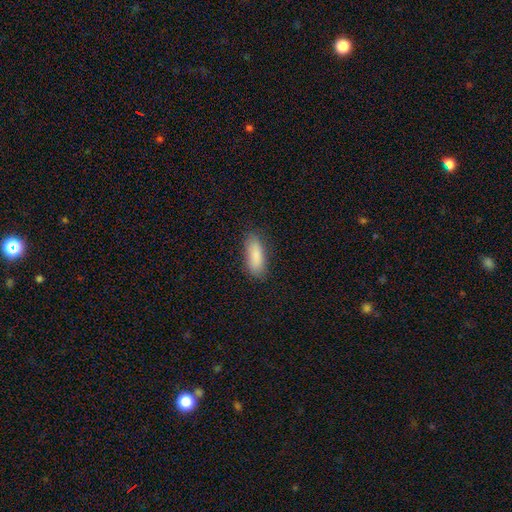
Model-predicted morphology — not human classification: Smooth or featured? Predicted: smooth (p=0.88). How rounded? Predicted: in between (p=0.73). Merging? Predicted: none (p=0.84).